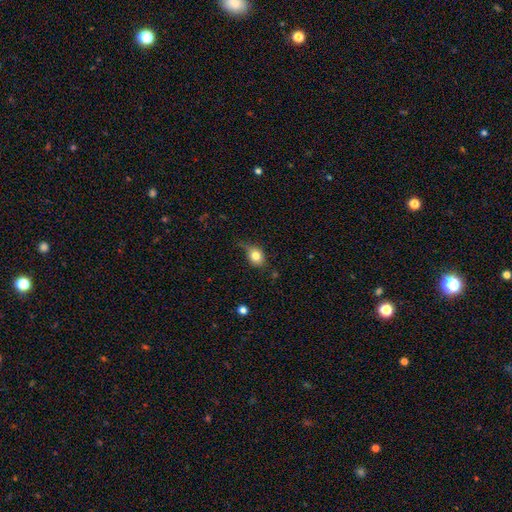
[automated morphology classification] smooth_or_featured: smooth (p=0.78) [alt: featured or disk p=0.12]
how_rounded: in between (p=0.54) [alt: round p=0.45]
merging: none (p=0.48) [alt: minor disturbance p=0.34]